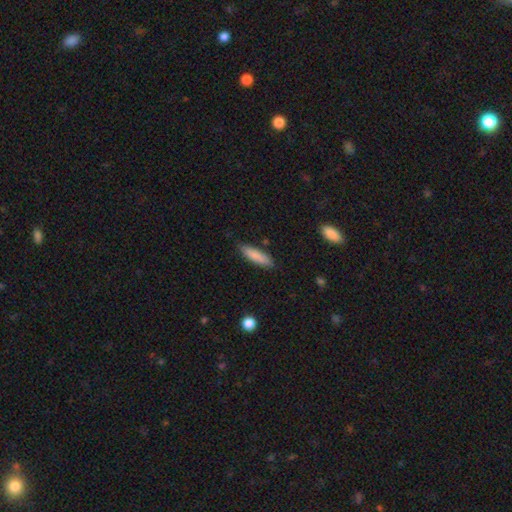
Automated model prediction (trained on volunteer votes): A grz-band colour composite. It shows a smooth galaxy with no disk features (84%) that is cigar-shaped (67%). Merging: none (85%).